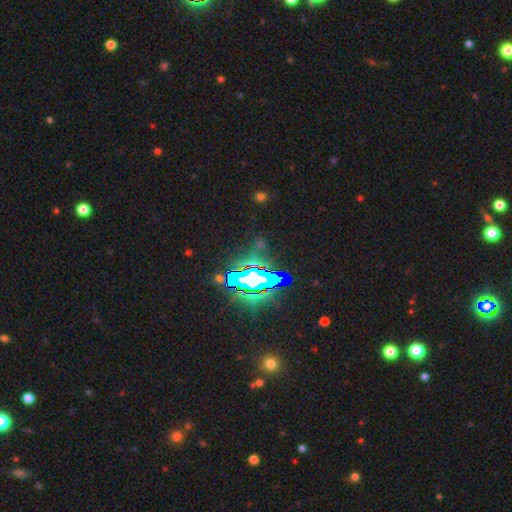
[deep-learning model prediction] star or artifact 81%, smooth 9%, featured or disk 9%.